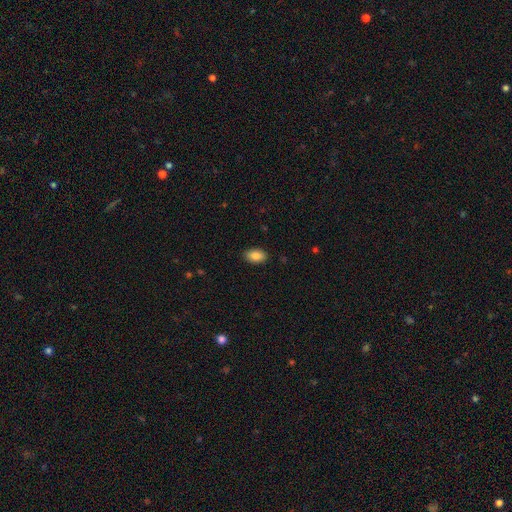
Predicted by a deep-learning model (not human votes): Morphology: type=smooth (87%); roundness=in between (91%); merging=none (88%).